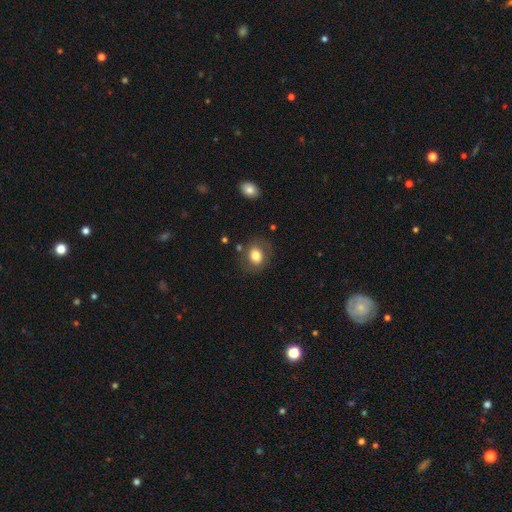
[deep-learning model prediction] A smooth galaxy with no disk features (76%) that is round (53%). Merging: none (77%).